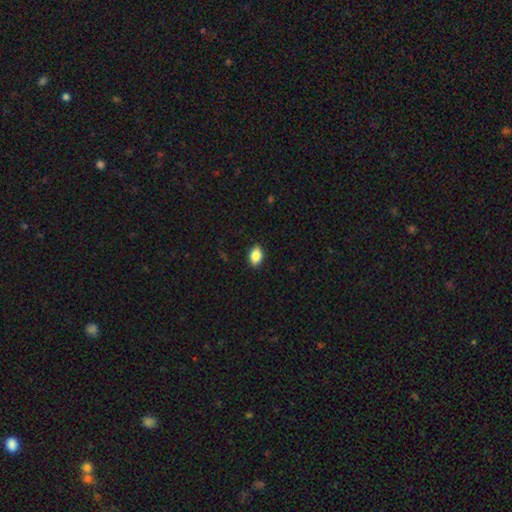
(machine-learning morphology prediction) Smooth or featured: smooth — 87% (star or artifact — 8%)
How rounded: in between — 85% (round — 13%)
Merging: none — 89% (minor disturbance — 8%)